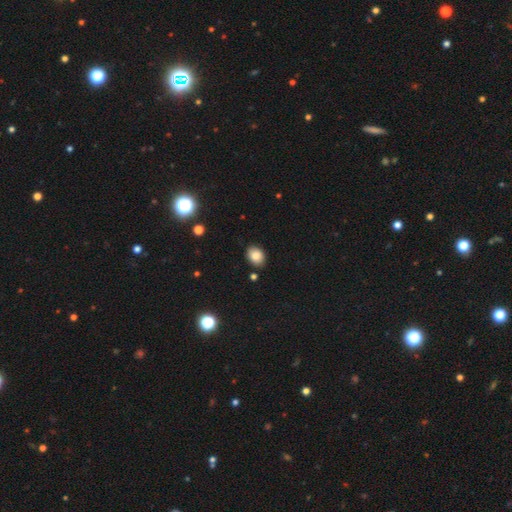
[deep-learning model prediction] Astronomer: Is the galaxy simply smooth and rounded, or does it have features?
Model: smooth — 85%.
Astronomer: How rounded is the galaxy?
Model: in between — 63%.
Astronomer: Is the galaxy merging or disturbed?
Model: none — 86%.